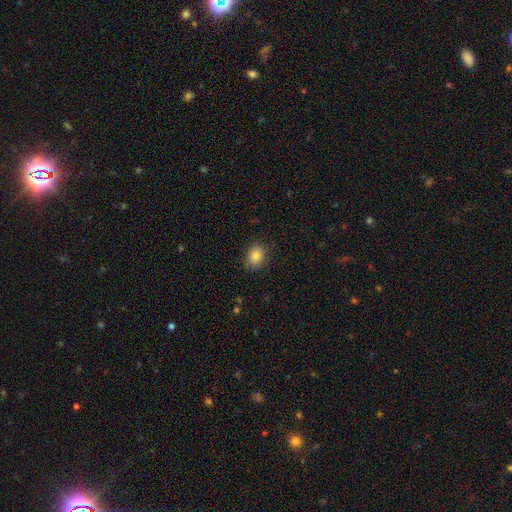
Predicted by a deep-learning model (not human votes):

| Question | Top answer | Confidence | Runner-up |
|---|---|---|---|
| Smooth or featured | smooth | 85% | star or artifact (9%) |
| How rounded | in between | 52% | round (47%) |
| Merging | none | 84% | minor disturbance (12%) |